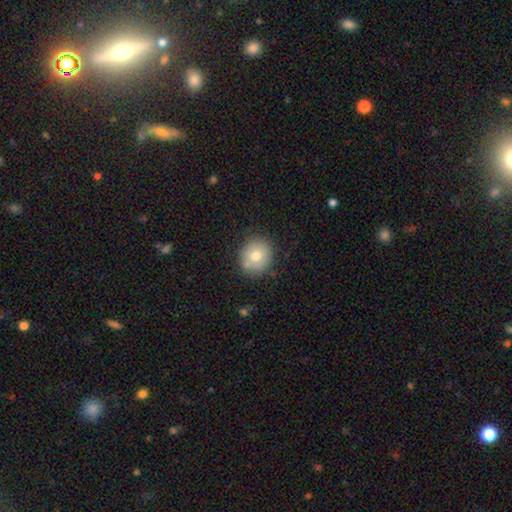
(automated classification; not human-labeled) smooth-or-featured: smooth: 74% | featured or disk: 16% | star or artifact: 10%
  how-rounded: round: 82% | in between: 17% | cigar-shaped: 1%
  merging: none: 80% | minor disturbance: 13% | merger: 5% | major disturbance: 3%